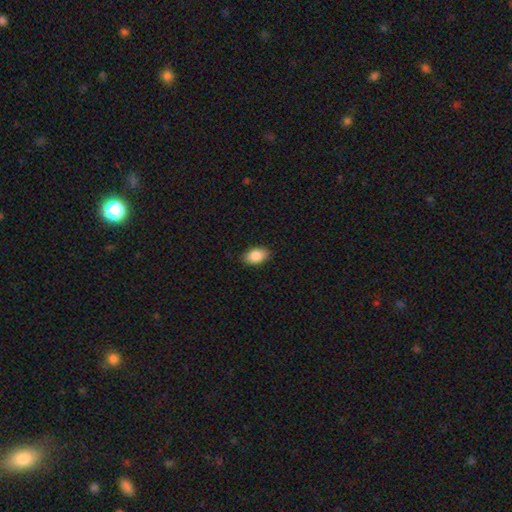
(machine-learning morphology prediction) This appears to be a smooth galaxy with no disk features (86%) that is in between round and cigar-shaped (91%). Merging: none (87%).